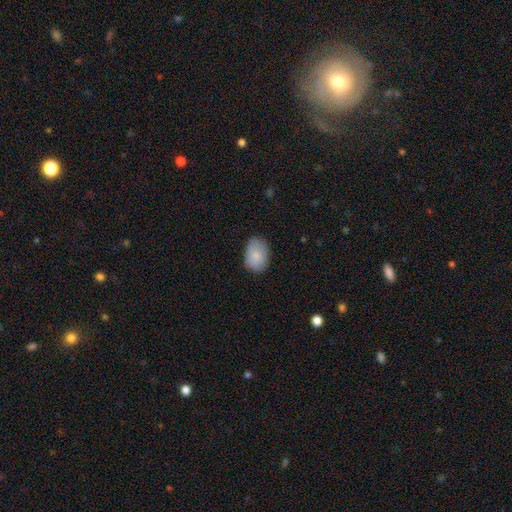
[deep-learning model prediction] smooth-or-featured: smooth: 85% | featured or disk: 8% | star or artifact: 7%
  how-rounded: in between: 80% | round: 19% | cigar-shaped: 1%
  merging: none: 81% | minor disturbance: 15% | major disturbance: 3% | merger: 1%